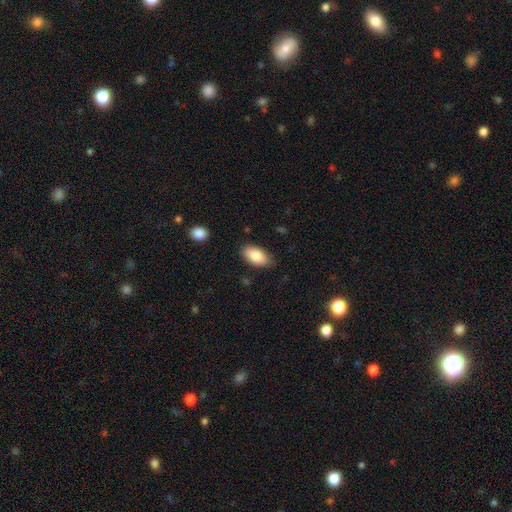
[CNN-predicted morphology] smooth_or_featured: smooth (p=0.85) [alt: featured or disk p=0.08]
how_rounded: in between (p=0.94) [alt: round p=0.03]
merging: none (p=0.82) [alt: minor disturbance p=0.14]